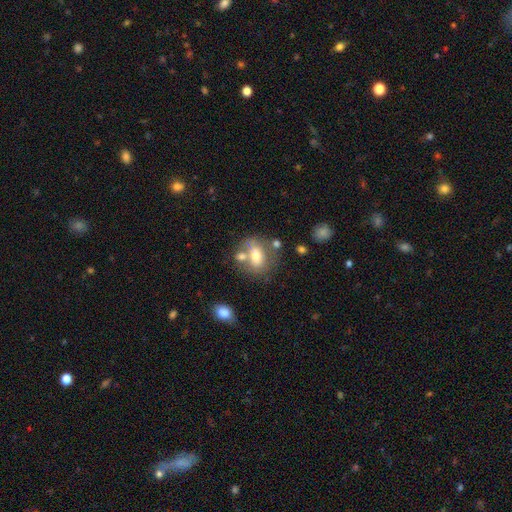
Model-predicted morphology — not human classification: This appears to be a smooth galaxy with no disk features (63%) that is in between round and cigar-shaped (65%). Merging: none (48%).